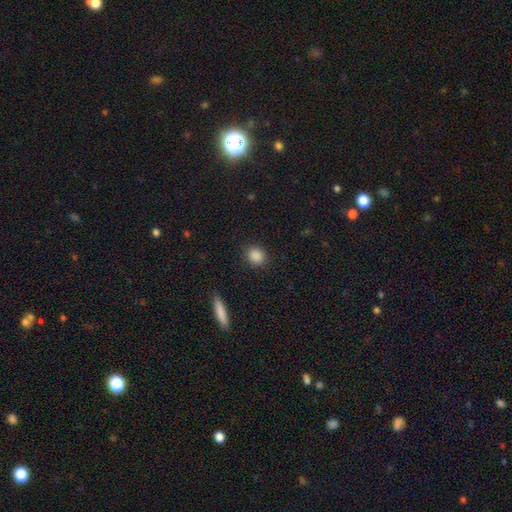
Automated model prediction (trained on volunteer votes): Smooth or featured? smooth (87%)
How rounded? round (70%)
Merging? none (88%)